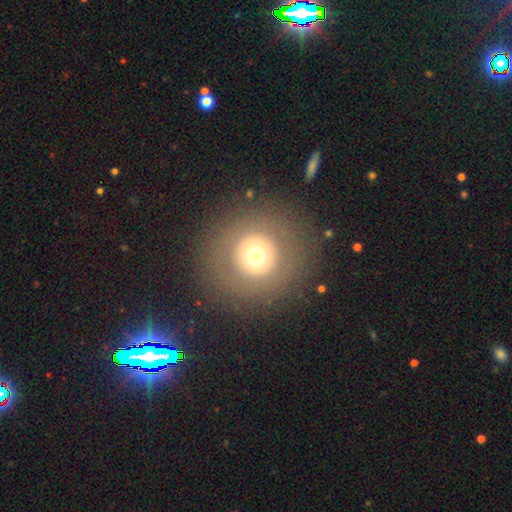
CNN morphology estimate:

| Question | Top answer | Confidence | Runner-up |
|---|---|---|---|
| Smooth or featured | smooth | 64% | featured or disk (22%) |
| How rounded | round | 95% | in between (4%) |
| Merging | none | 87% | minor disturbance (6%) |